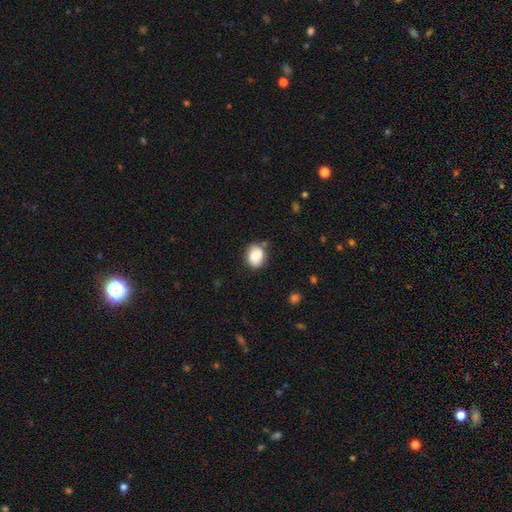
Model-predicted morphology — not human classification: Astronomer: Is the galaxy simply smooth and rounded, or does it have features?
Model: smooth — 74%.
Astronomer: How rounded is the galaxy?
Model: in between — 51% (runner-up: round, 48%).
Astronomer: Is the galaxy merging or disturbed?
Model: none — 69%.